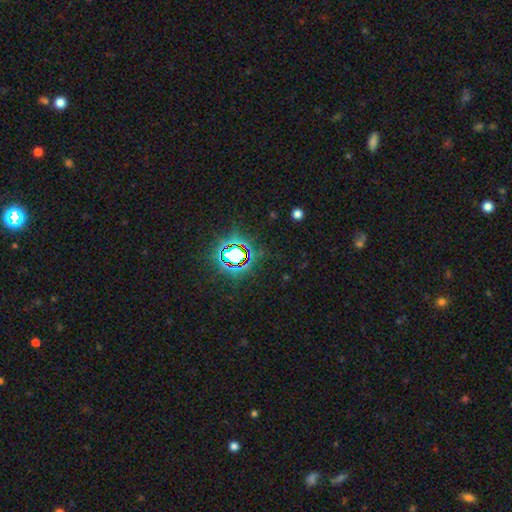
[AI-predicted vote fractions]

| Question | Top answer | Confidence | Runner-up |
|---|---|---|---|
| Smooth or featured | star or artifact | 80% | smooth (12%) |